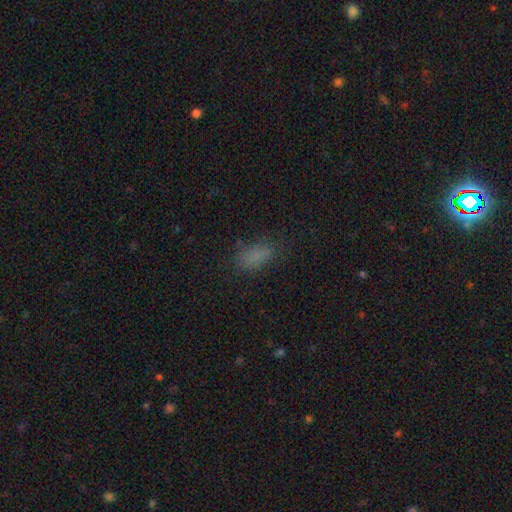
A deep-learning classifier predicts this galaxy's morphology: smooth_or_featured: smooth (p=0.79) [alt: star or artifact p=0.15]
how_rounded: in between (p=0.85) [alt: cigar-shaped p=0.10]
merging: none (p=0.75) [alt: minor disturbance p=0.16]